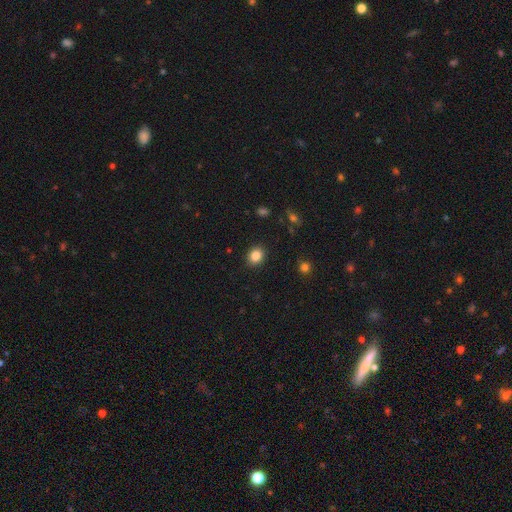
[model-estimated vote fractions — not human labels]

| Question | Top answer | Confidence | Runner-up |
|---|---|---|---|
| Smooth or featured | smooth | 84% | star or artifact (10%) |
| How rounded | round | 66% | in between (33%) |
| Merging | none | 90% | minor disturbance (7%) |